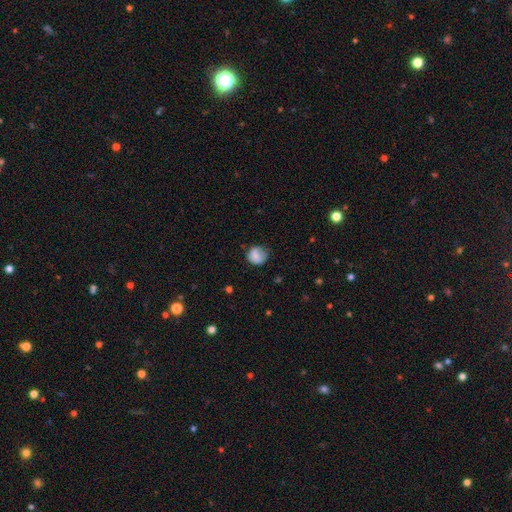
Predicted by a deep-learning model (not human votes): smooth 79%, featured or disk 12%, star or artifact 9%. Down the decision tree: how rounded — round (80%); merging — none (64%).